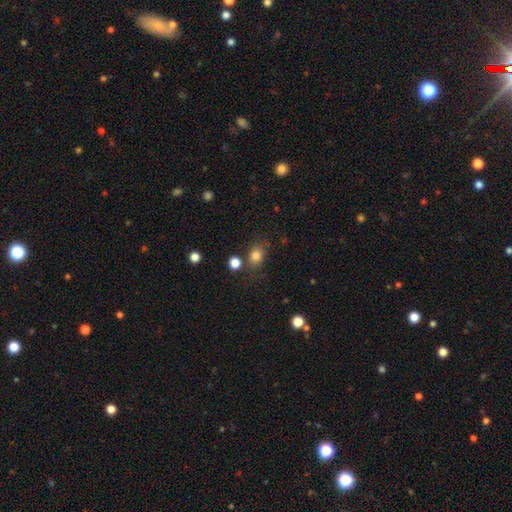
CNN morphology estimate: Smooth or featured: smooth — 81% (star or artifact — 12%)
How rounded: in between — 51% (round — 48%)
Merging: none — 70% (minor disturbance — 16%)